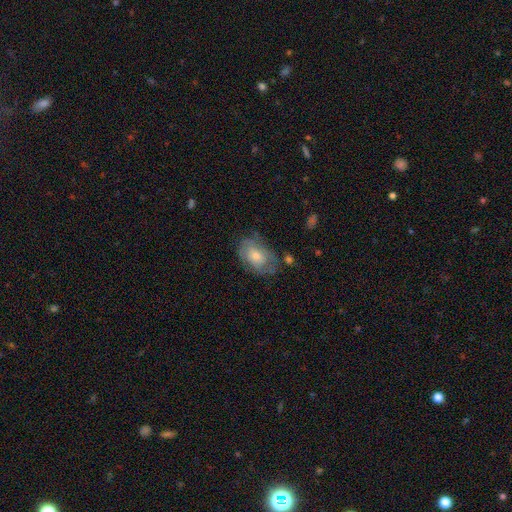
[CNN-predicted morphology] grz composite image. It shows a smooth galaxy with no disk features (46%). Merging: none (62%).